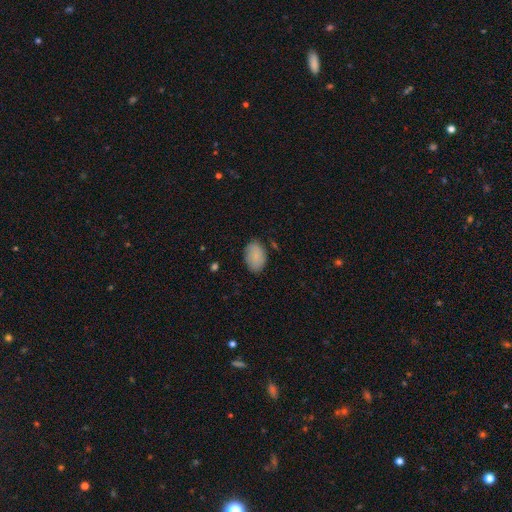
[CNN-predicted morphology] The model was most divided on "merging": none: 78%, minor disturbance: 17%, major disturbance: 3%, merger: 2%. More confident: how rounded — in between (88%); smooth or featured — smooth (85%).